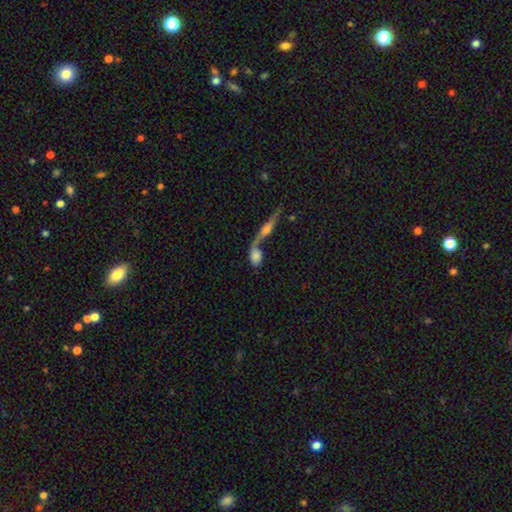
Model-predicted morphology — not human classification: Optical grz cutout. It shows a smooth galaxy with no disk features (60%) that is in between round and cigar-shaped (70%). Merging: merger (55%).